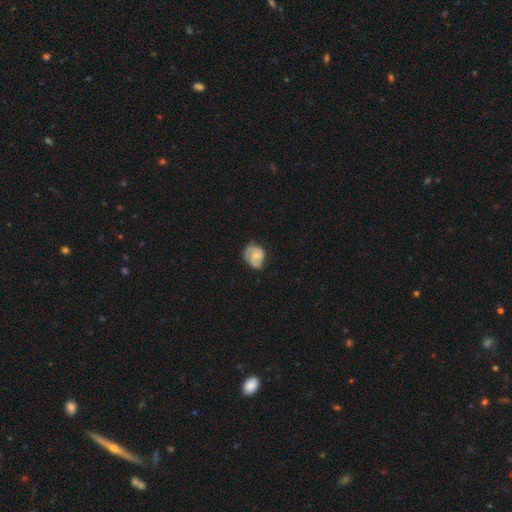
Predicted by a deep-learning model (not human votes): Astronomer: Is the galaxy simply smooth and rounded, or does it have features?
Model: featured or disk — 53% (runner-up: smooth, 40%).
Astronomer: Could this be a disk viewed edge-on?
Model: no — 98%.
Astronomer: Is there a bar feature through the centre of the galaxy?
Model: no — 74%.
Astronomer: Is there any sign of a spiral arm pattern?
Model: yes — 83%.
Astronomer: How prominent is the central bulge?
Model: small — 43% (runner-up: moderate, 32%).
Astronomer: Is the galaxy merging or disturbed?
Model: none — 54% (runner-up: minor disturbance, 32%).